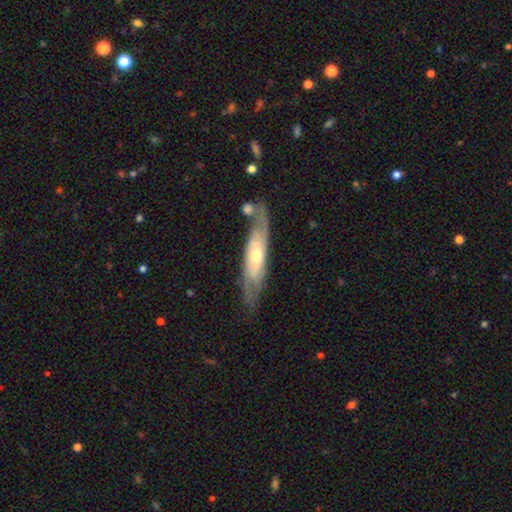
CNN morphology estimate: The model was most divided on "edge-on disk": no: 63%, yes: 37%. More confident: smooth or featured — featured or disk (71%); merging — none (63%).